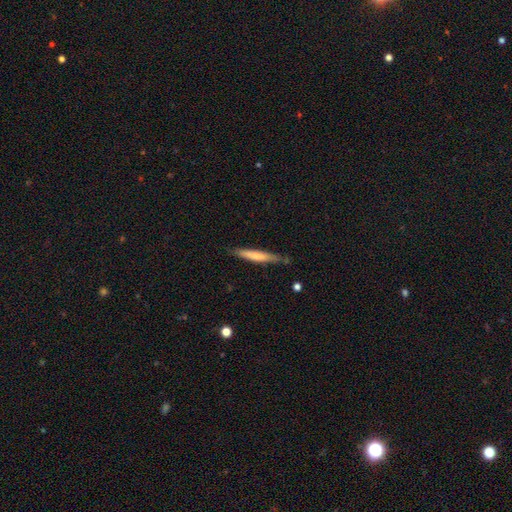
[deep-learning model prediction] Morphology: type=smooth (62%); roundness=cigar-shaped (93%); merging=none (78%).